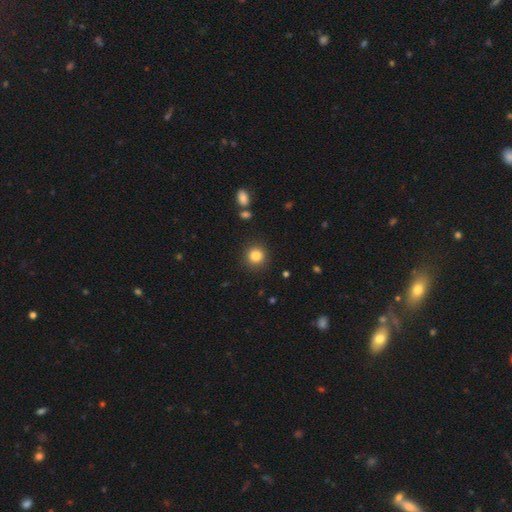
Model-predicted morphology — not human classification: Q: Smooth or featured?
A: smooth (84%); runner-up: star or artifact (11%)
Q: How rounded?
A: round (91%); runner-up: in between (8%)
Q: Merging?
A: none (89%); runner-up: minor disturbance (7%)